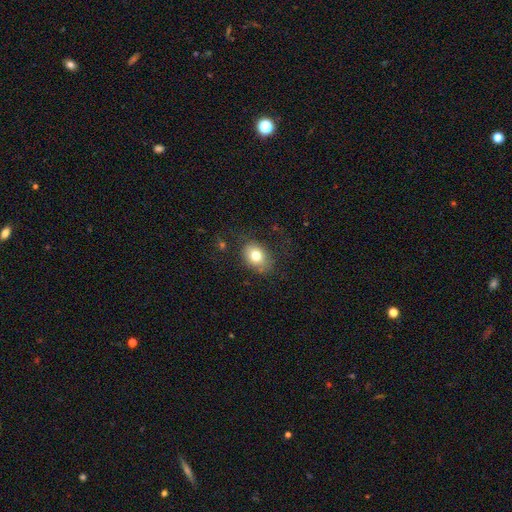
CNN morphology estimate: The model was most divided on "how rounded": in between: 63%, round: 36%, cigar-shaped: 1%. More confident: smooth or featured — smooth (76%); merging — none (72%).